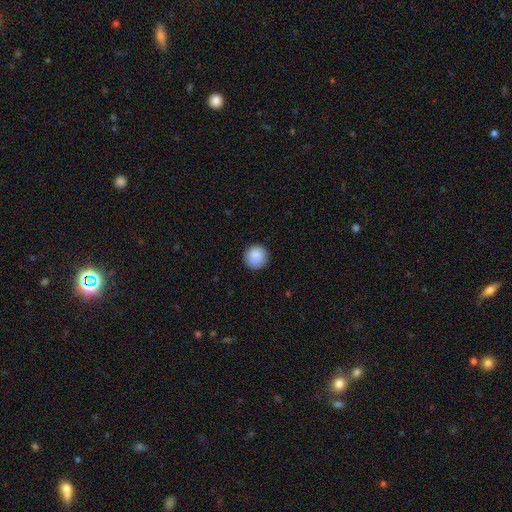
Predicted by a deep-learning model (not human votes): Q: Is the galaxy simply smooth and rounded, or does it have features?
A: smooth — 89%.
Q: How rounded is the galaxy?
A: round — 95%.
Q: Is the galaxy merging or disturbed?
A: none — 90%.